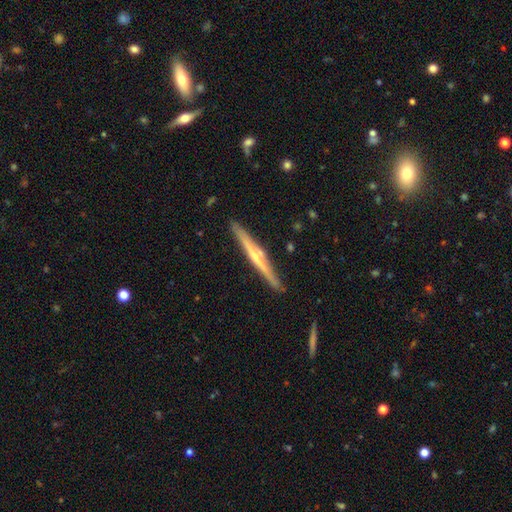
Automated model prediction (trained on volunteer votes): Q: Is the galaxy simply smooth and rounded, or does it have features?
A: featured or disk — 74%.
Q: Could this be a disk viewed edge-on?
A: yes — 98%.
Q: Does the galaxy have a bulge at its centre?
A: rounded — 69%.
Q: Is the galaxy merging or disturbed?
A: none — 89%.